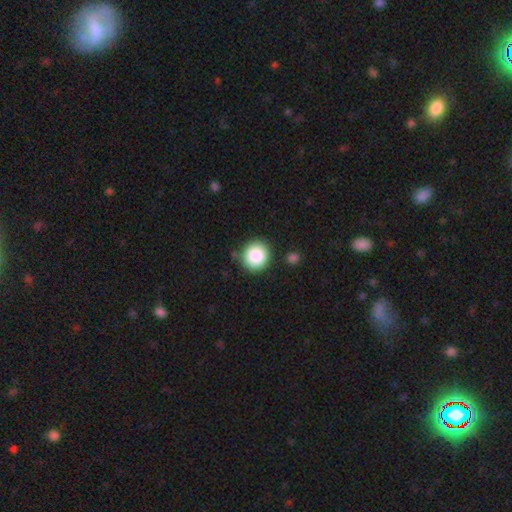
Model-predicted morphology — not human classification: type=smooth (87%); roundness=round (92%); merging=none (87%).